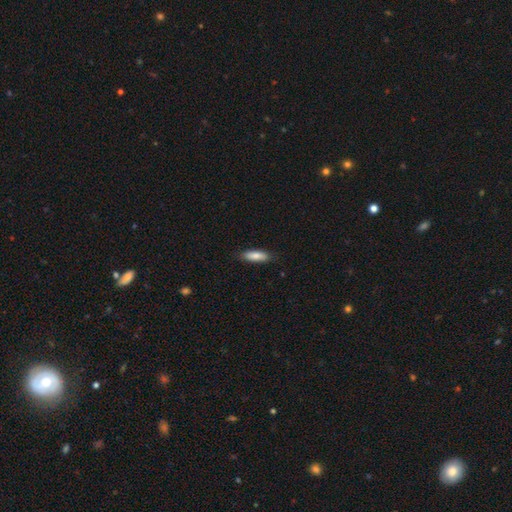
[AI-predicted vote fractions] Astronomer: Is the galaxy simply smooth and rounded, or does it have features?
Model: smooth — 82%.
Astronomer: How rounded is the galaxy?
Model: in between — 55% (runner-up: cigar-shaped, 43%).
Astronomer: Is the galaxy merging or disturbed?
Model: none — 85%.